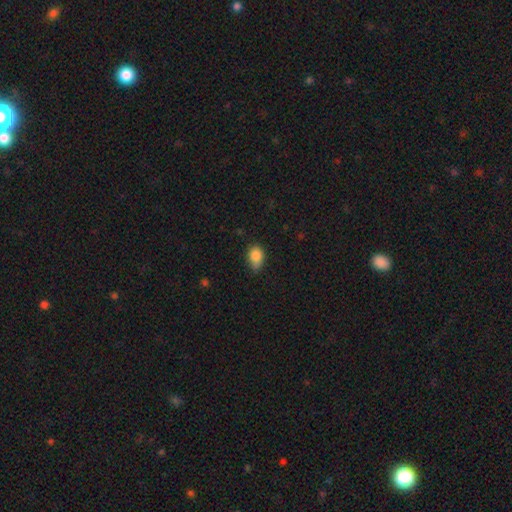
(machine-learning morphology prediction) Smooth or featured? Predicted: smooth (p=0.84). How rounded? Predicted: in between (p=0.71). Merging? Predicted: none (p=0.48).